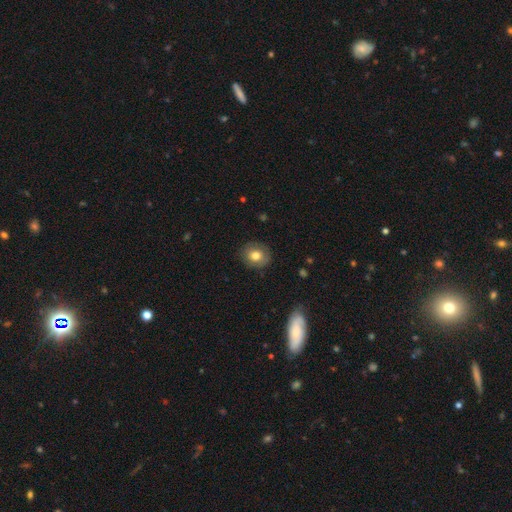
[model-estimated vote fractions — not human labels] A smooth galaxy with no disk features (76%) that is round (78%). Merging: none (86%).